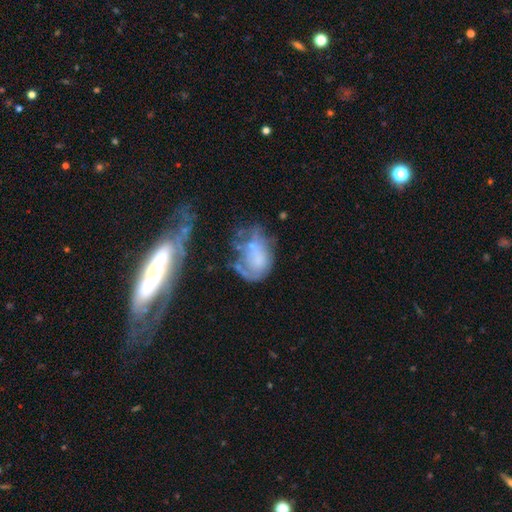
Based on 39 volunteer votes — Smooth or featured?
  - featured or disk: 64% *
  - smooth: 33%
  - star or artifact: 3%
Edge-on disk?
  - no: 96% *
  - yes: 4%
Bar?
  - no: 79% *
  - strong: 12%
  - weak: 8%
Spiral arms?
  - no: 58% *
  - yes: 42%
Bulge size?
  - small: 42% *
  - none: 38%
  - large: 8%
  - moderate: 8%
  - dominant: 4%
Merging?
  - major disturbance: 50% *
  - minor disturbance: 18%
  - none: 16%
  - merger: 16%